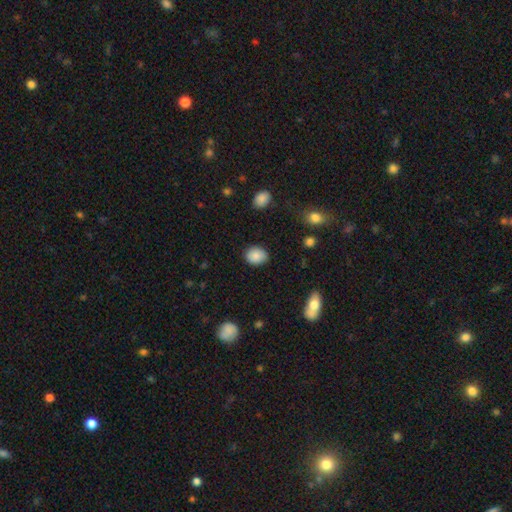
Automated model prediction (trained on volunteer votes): The model was most divided on "how rounded": round: 53%, in between: 46%, cigar-shaped: 1%. More confident: smooth or featured — smooth (86%); merging — none (86%).